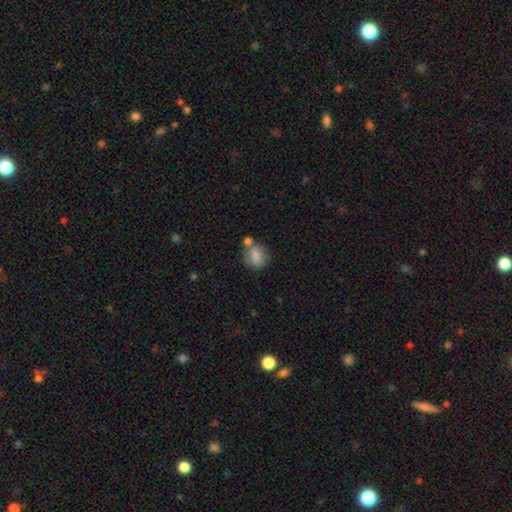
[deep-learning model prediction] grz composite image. It shows a smooth galaxy with no disk features (79%) that is in between round and cigar-shaped (57%). Merging: none (52%).